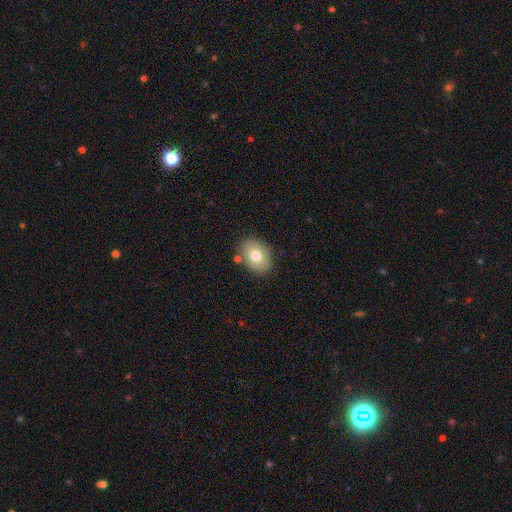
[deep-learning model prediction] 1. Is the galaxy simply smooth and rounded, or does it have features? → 75% smooth, 17% featured or disk, 9% star or artifact.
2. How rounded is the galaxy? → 72% in between, 28% round, 1% cigar-shaped.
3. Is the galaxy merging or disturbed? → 82% none, 11% minor disturbance, 4% merger, 3% major disturbance.